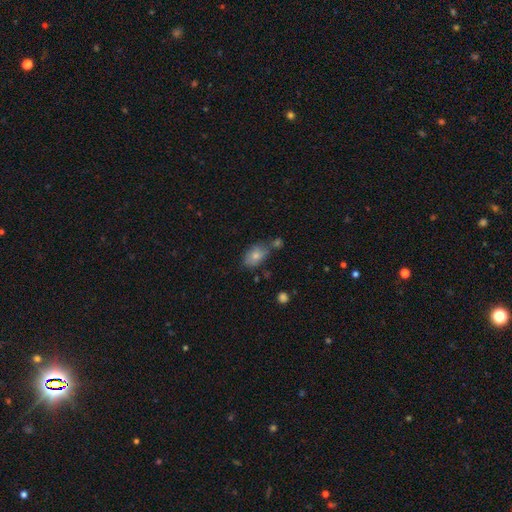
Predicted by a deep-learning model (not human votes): Morphology: type=smooth (78%); roundness=in between (87%); merging=none (53%).